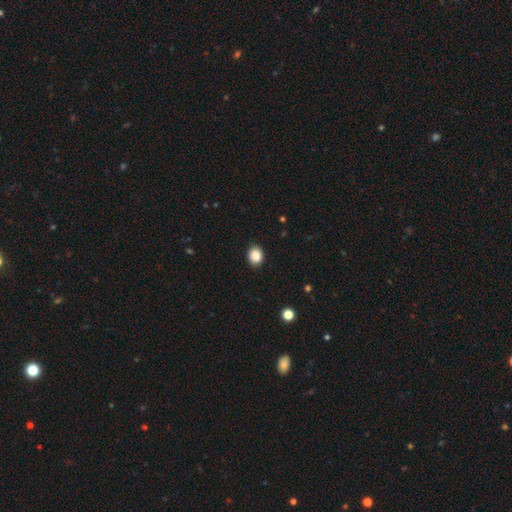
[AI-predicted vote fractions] smooth_or_featured: smooth (p=0.88) [alt: star or artifact p=0.09]
how_rounded: round (p=0.56) [alt: in between p=0.43]
merging: none (p=0.88) [alt: minor disturbance p=0.09]